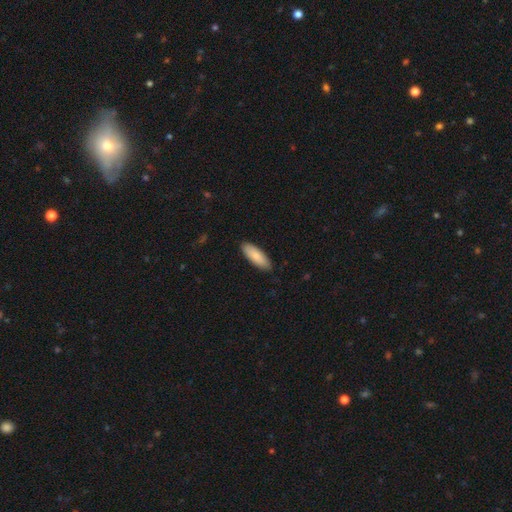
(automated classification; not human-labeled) Overall: smooth (85%). How rounded: in between (67%; cigar-shaped 32%). Merging: none (86%).